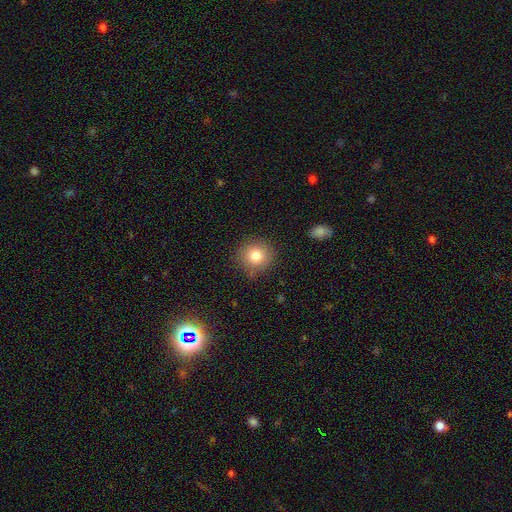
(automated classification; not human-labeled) Smooth or featured?
  - smooth: 80% *
  - star or artifact: 11%
  - featured or disk: 9%
How rounded?
  - round: 89% *
  - in between: 11%
  - cigar-shaped: 1%
Merging?
  - none: 83% *
  - minor disturbance: 11%
  - major disturbance: 3%
  - merger: 2%